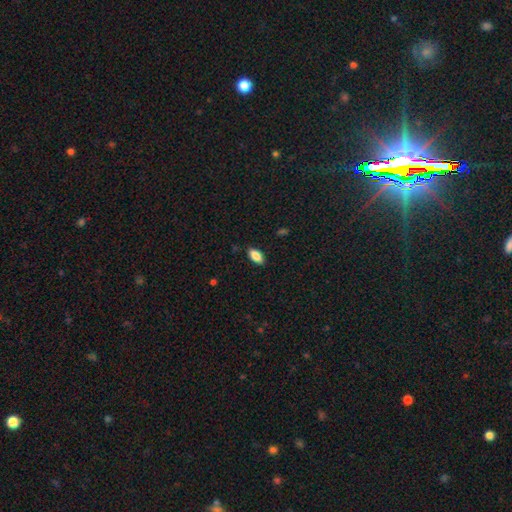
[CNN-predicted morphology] A smooth galaxy with no disk features (86%) that is in between round and cigar-shaped (91%). Merging: none (87%).